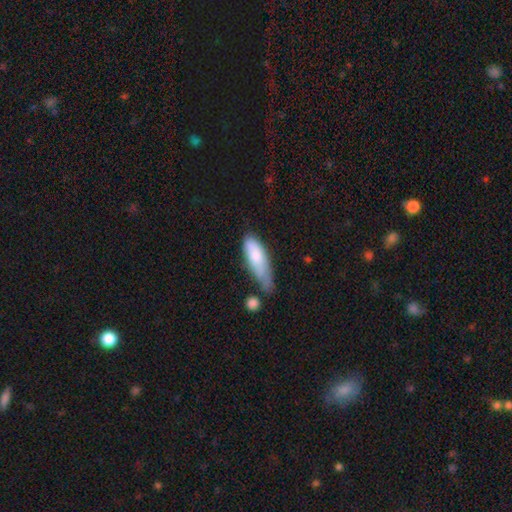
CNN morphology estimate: The model was most divided on "merging": minor disturbance: 39%, none: 33%, major disturbance: 17%, merger: 11%. More confident: smooth or featured — smooth (77%); how rounded — in between (54%).